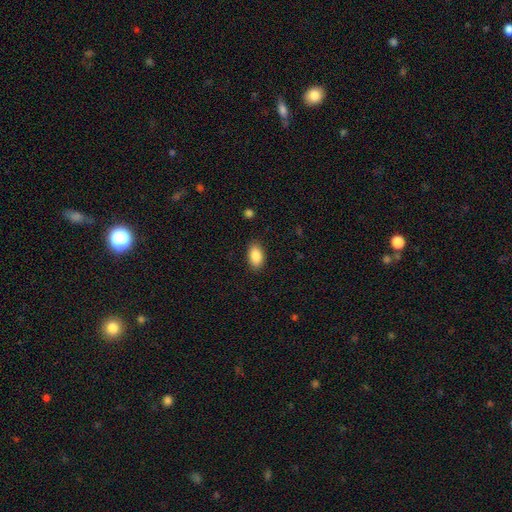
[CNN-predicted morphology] The model was most divided on "merging": none: 87%, minor disturbance: 10%, major disturbance: 3%, merger: 1%. More confident: how rounded — in between (93%); smooth or featured — smooth (89%).